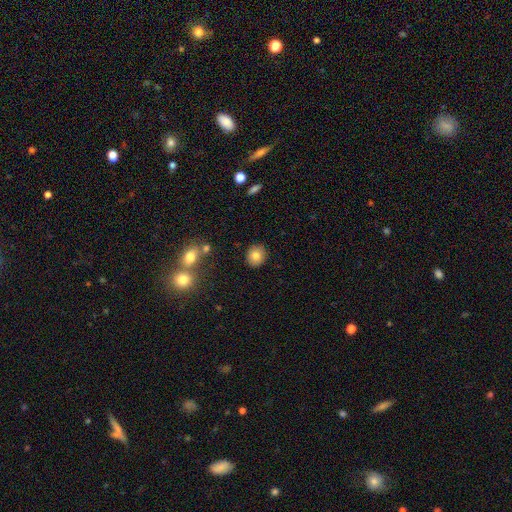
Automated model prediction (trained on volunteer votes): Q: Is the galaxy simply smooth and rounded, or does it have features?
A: smooth — 80%.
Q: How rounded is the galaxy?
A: round — 82%.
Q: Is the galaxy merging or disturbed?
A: none — 89%.